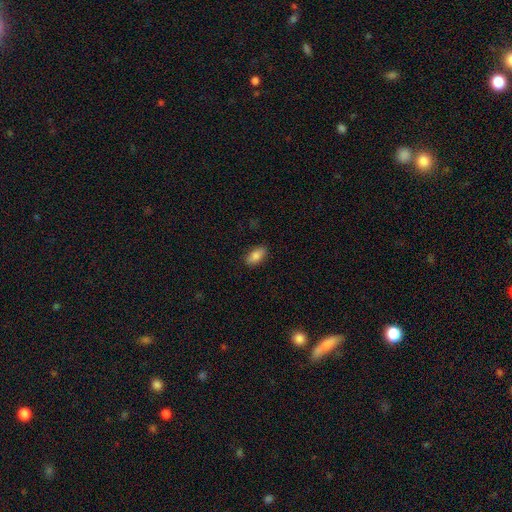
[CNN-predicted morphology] The model was most divided on "smooth or featured": smooth: 83%, featured or disk: 9%, star or artifact: 8%. More confident: how rounded — in between (90%); merging — none (87%).